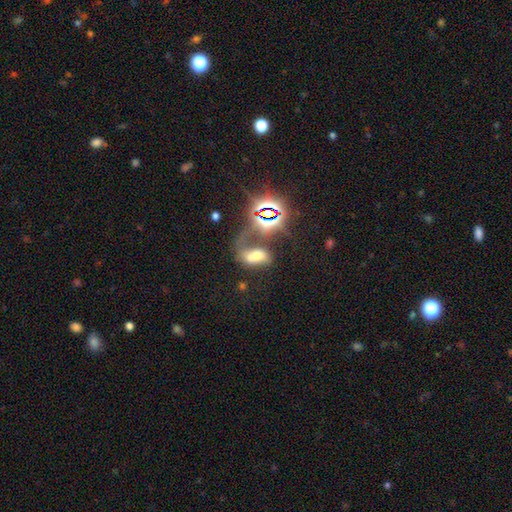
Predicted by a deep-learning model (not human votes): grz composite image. It shows a smooth galaxy with no disk features (47%). Merging: merger (54%).